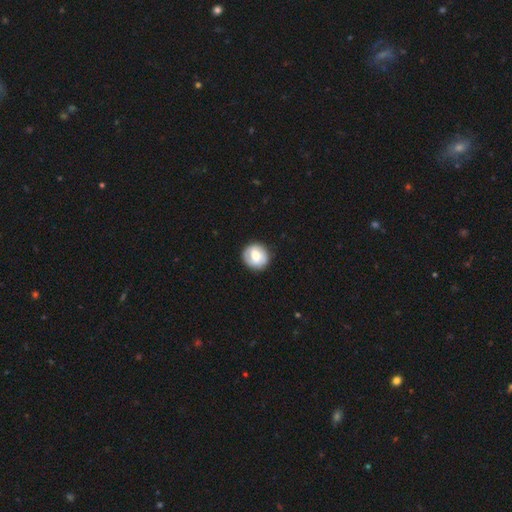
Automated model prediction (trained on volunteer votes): Q: Smooth or featured?
A: smooth (64%); runner-up: featured or disk (29%)
Q: How rounded?
A: round (89%); runner-up: in between (10%)
Q: Merging?
A: none (86%); runner-up: minor disturbance (10%)